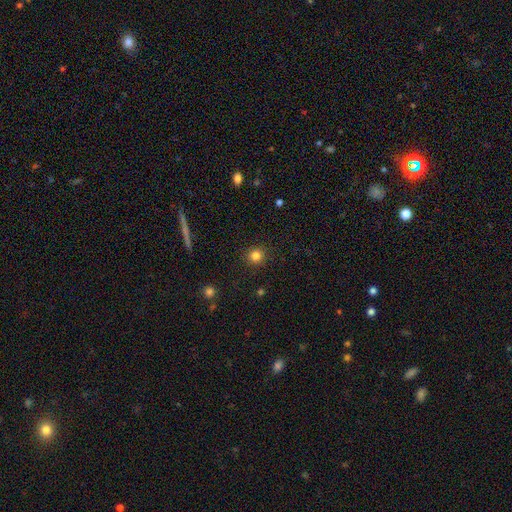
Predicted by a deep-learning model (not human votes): smooth 83%, star or artifact 12%, featured or disk 5%. Down the decision tree: how rounded — round (92%); merging — none (91%).